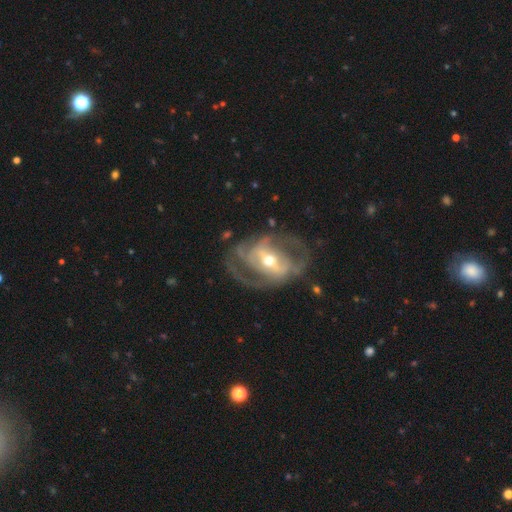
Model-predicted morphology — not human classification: Q: Smooth or featured?
A: featured or disk (87%); runner-up: smooth (8%)
Q: Edge-on disk?
A: no (96%); runner-up: yes (4%)
Q: Bar?
A: strong (51%); runner-up: weak (32%)
Q: Spiral arms?
A: yes (87%); runner-up: no (13%)
Q: Spiral winding?
A: medium (45%); runner-up: tight (37%)
Q: Spiral arm count?
A: 2 (50%); runner-up: can't tell (21%)
Q: Bulge size?
A: moderate (60%); runner-up: small (35%)
Q: Merging?
A: none (61%); runner-up: major disturbance (19%)